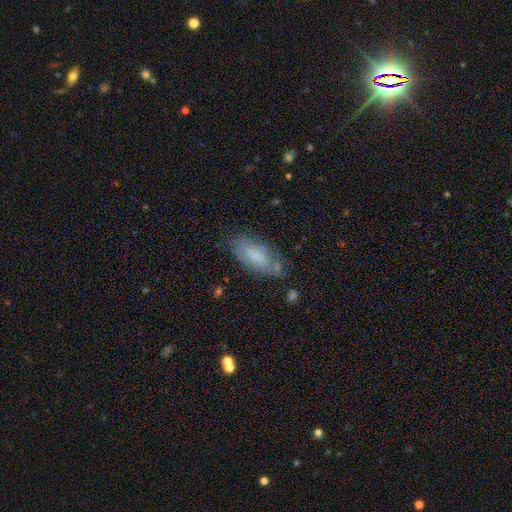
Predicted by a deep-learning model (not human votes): Q: Smooth or featured?
A: smooth (66%); runner-up: featured or disk (26%)
Q: How rounded?
A: in between (83%); runner-up: cigar-shaped (15%)
Q: Merging?
A: none (63%); runner-up: minor disturbance (26%)